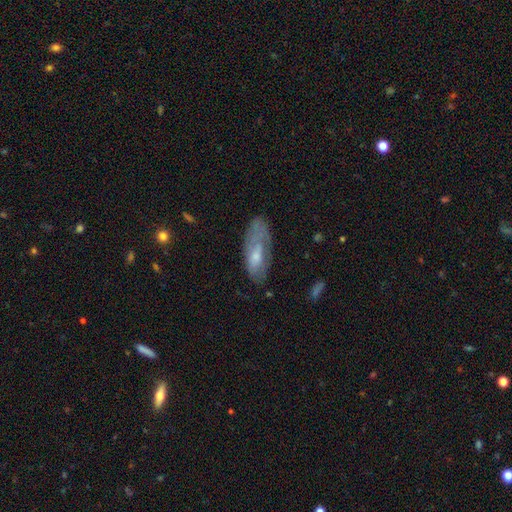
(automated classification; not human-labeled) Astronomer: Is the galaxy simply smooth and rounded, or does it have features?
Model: smooth — 49% (runner-up: featured or disk, 43%).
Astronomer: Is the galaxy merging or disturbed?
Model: none — 54%.